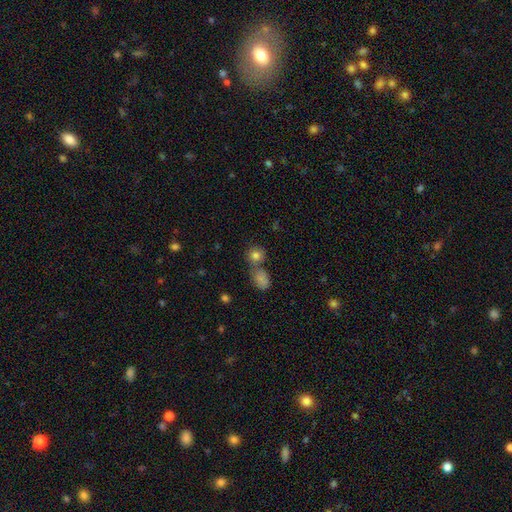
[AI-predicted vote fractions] Smooth or featured: smooth — 80% (star or artifact — 11%)
How rounded: round — 81% (in between — 17%)
Merging: none — 52% (merger — 35%)